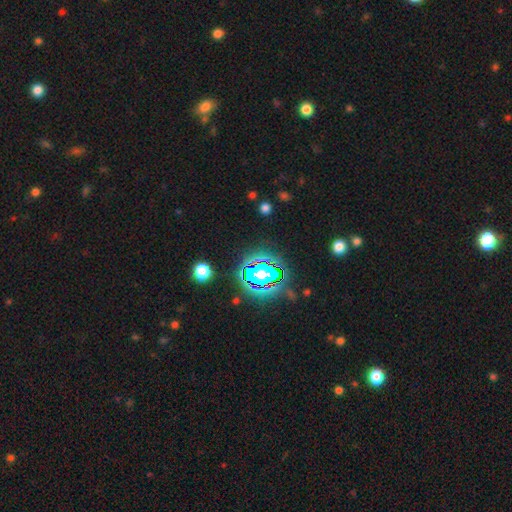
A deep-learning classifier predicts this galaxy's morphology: star or artifact 80%, smooth 12%, featured or disk 8%.